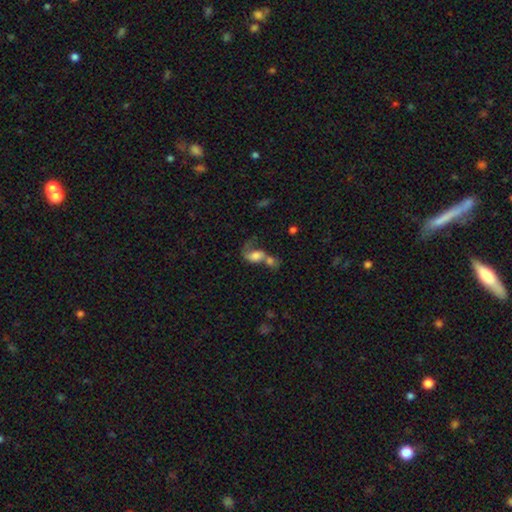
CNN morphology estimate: This appears to be a smooth galaxy with no disk features (55%) that is in between round and cigar-shaped (75%). Merging: merger (61%).